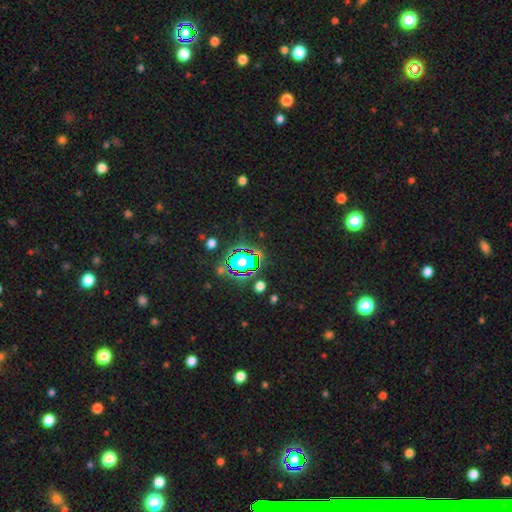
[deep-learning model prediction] Smooth or featured? Predicted: star or artifact (p=0.75).